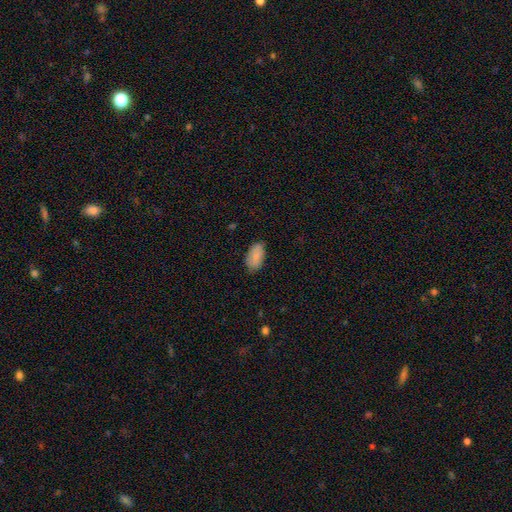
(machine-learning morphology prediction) Smooth or featured: smooth — 88% (star or artifact — 7%)
How rounded: in between — 94% (round — 3%)
Merging: none — 79% (minor disturbance — 17%)